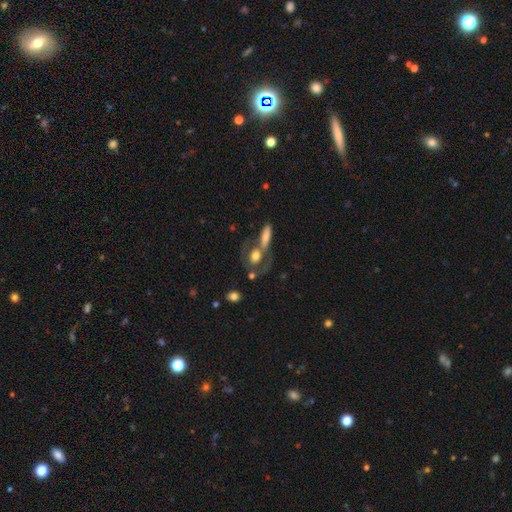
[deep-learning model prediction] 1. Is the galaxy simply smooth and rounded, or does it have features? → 48% smooth, 43% featured or disk, 9% star or artifact.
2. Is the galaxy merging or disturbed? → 39% merger, 38% none, 12% minor disturbance, 11% major disturbance.